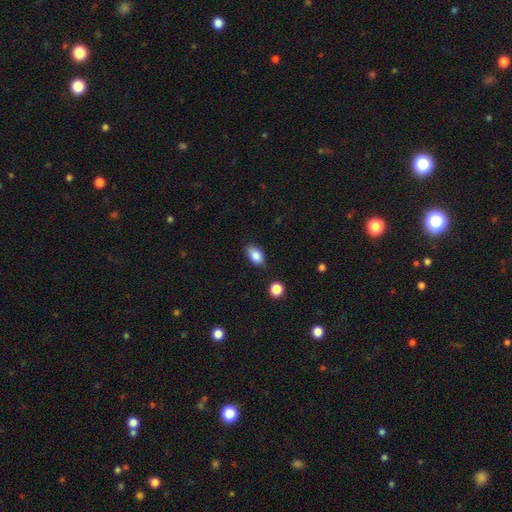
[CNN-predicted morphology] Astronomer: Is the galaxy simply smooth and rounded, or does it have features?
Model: smooth — 83%.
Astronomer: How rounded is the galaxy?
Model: in between — 89%.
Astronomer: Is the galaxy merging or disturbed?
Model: none — 83%.